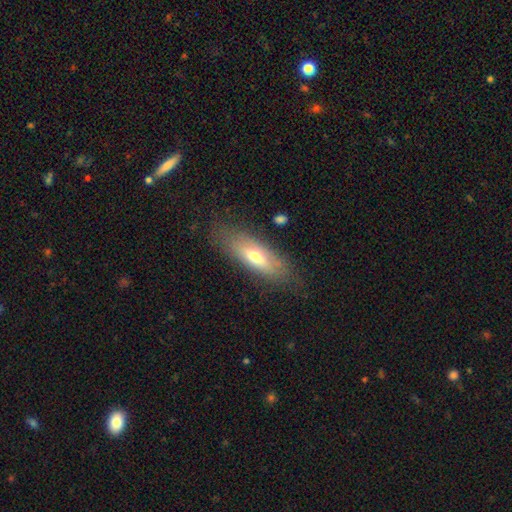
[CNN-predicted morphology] A smooth galaxy with no disk features (57%) that is in between round and cigar-shaped (56%). Merging: none (77%).